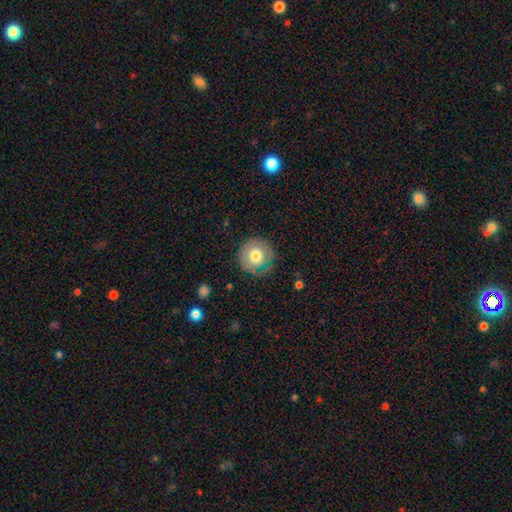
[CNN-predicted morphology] Q: Smooth or featured?
A: smooth (66%); runner-up: featured or disk (25%)
Q: How rounded?
A: round (94%); runner-up: in between (5%)
Q: Merging?
A: none (78%); runner-up: minor disturbance (15%)